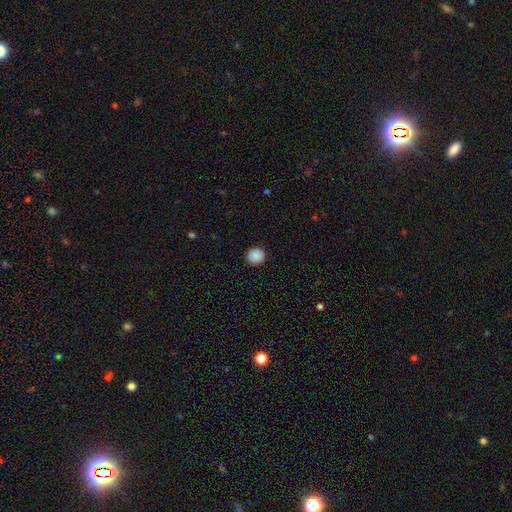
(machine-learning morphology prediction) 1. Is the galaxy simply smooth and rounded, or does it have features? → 88% smooth, 8% star or artifact, 4% featured or disk.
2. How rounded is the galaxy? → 92% round, 7% in between, 1% cigar-shaped.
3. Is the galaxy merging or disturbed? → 92% none, 6% minor disturbance, 2% major disturbance, 1% merger.